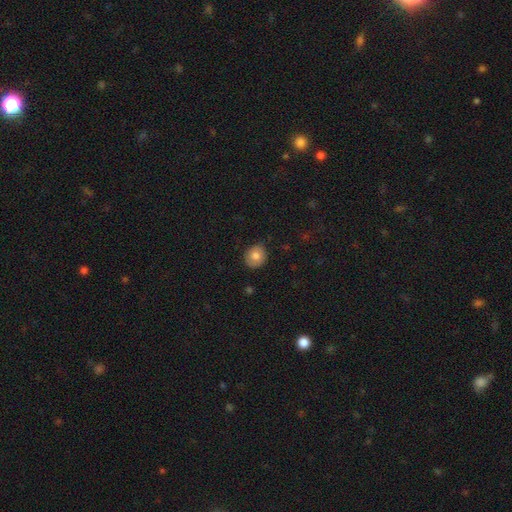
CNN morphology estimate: This is likely a smooth galaxy (78%). How rounded: likely round (78%). Merging: clearly none (82%).